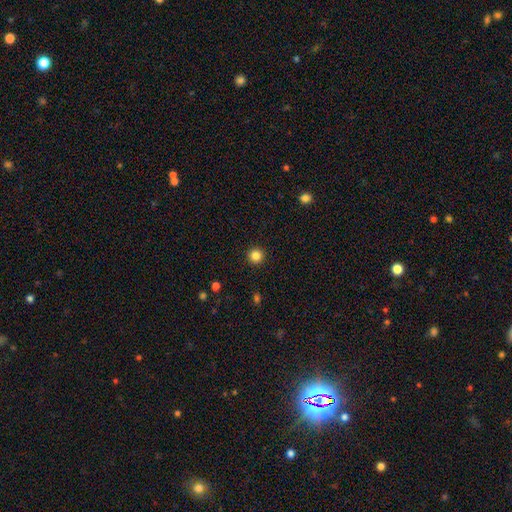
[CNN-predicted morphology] This is clearly a smooth galaxy (85%). How rounded: clearly round (96%). Merging: clearly none (93%).